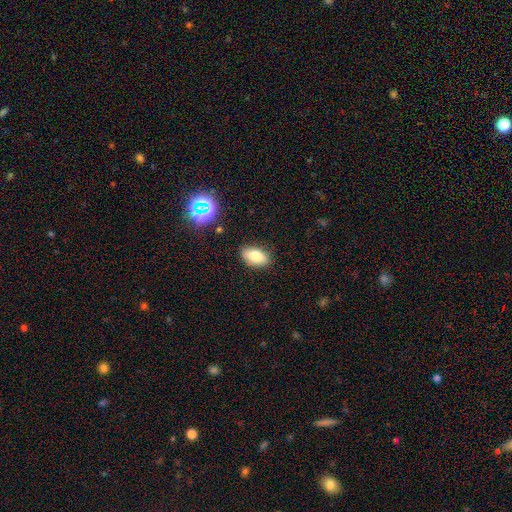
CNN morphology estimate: type=smooth (78%); roundness=in between (90%); merging=none (84%).